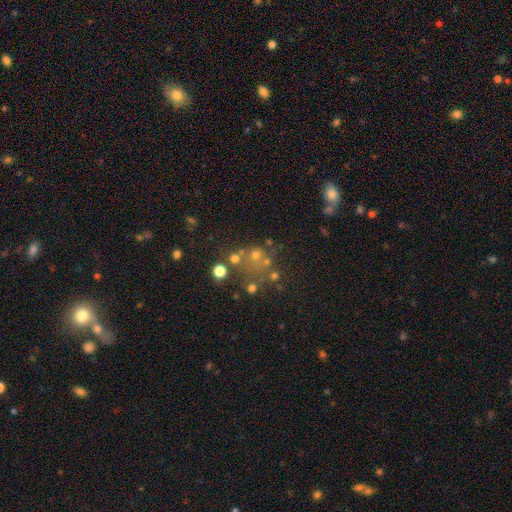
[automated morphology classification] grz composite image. It shows a smooth galaxy with no disk features (50%) that is round (79%). Merging: none (51%).